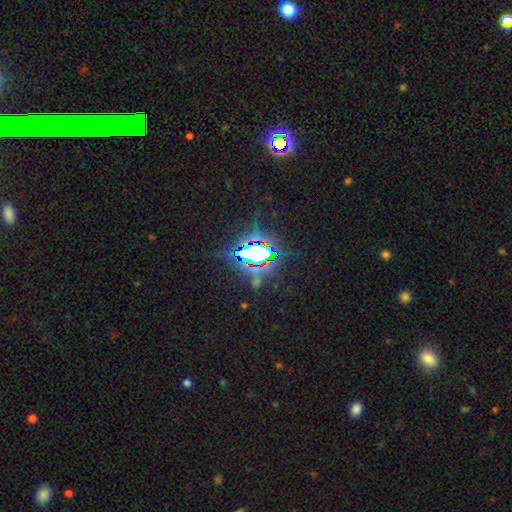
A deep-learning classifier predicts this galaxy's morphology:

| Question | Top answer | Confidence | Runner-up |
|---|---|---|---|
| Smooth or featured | star or artifact | 72% | smooth (16%) |